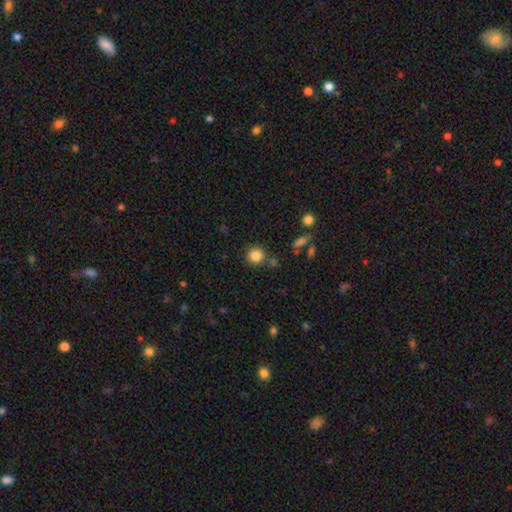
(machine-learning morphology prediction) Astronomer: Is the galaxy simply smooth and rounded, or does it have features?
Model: smooth — 85%.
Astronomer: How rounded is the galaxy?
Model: round — 90%.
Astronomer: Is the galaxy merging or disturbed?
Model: none — 78%.